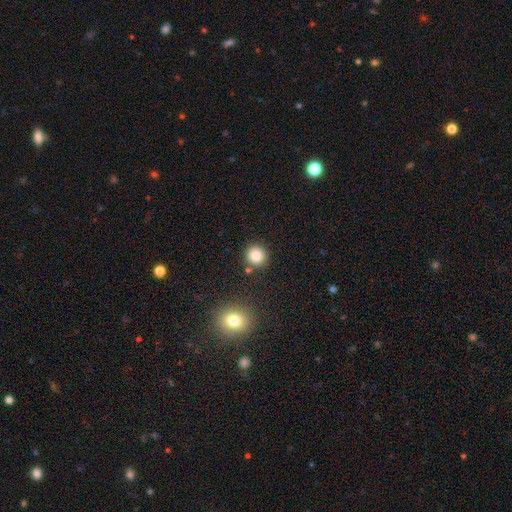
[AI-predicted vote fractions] smooth-or-featured: smooth: 85% | star or artifact: 11% | featured or disk: 4%
  how-rounded: round: 93% | in between: 6% | cigar-shaped: 1%
  merging: none: 84% | minor disturbance: 7% | merger: 6% | major disturbance: 3%